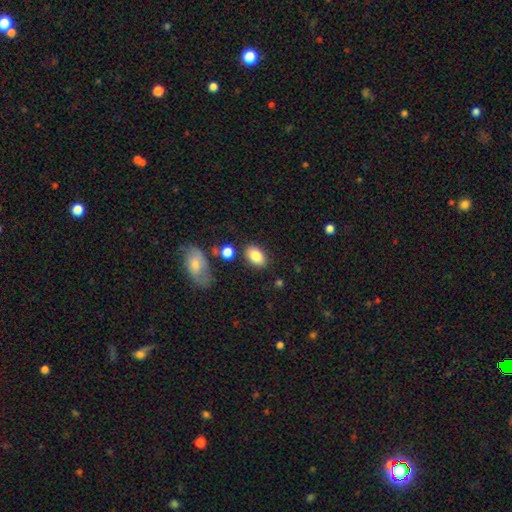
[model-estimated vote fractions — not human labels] smooth_or_featured: smooth (p=0.85) [alt: star or artifact p=0.08]
how_rounded: in between (p=0.88) [alt: round p=0.10]
merging: none (p=0.79) [alt: minor disturbance p=0.12]